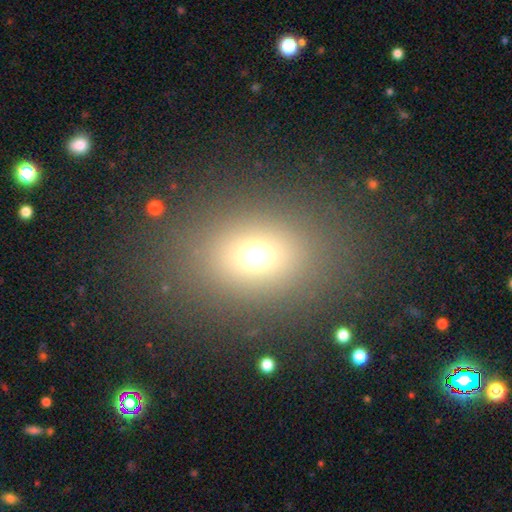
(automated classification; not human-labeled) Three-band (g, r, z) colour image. It shows a smooth galaxy with no disk features (67%) that is in between round and cigar-shaped (50%). Merging: none (85%).